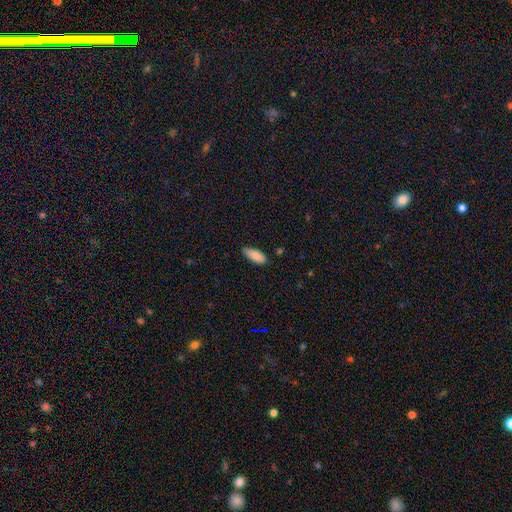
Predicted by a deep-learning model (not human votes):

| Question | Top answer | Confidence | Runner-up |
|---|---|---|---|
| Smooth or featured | smooth | 89% | star or artifact (7%) |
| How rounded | in between | 81% | cigar-shaped (17%) |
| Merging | none | 77% | minor disturbance (19%) |